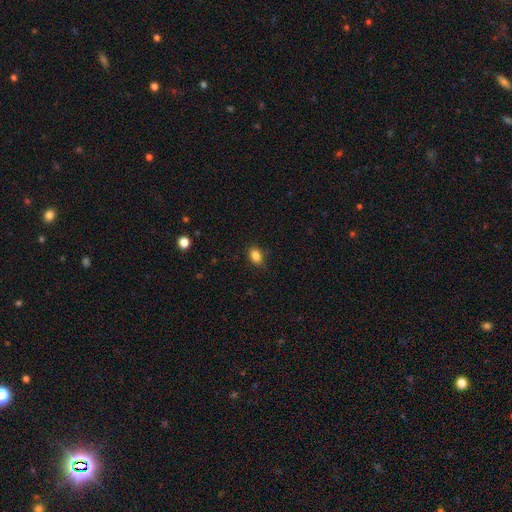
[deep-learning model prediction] This is clearly a smooth galaxy (84%). How rounded: likely in between (71%). Merging: clearly none (83%).